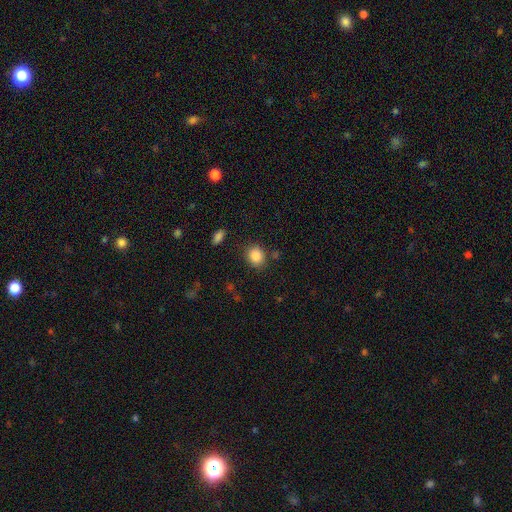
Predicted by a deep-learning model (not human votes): smooth 86%, star or artifact 9%, featured or disk 5%. Down the decision tree: how rounded — round (65%); merging — none (82%).